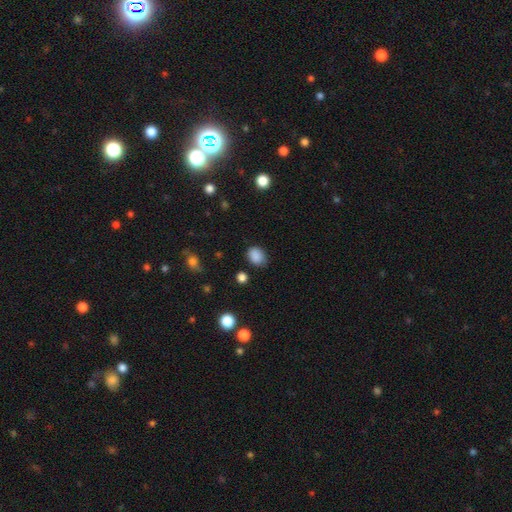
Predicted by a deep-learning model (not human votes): smooth 86%, star or artifact 10%, featured or disk 4%. Down the decision tree: how rounded — in between (58%); merging — none (77%).